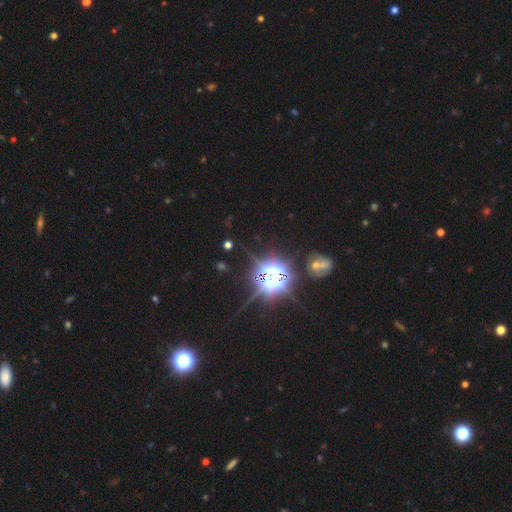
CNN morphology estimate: This is clearly a star or artifact rather than a galaxy (82%).